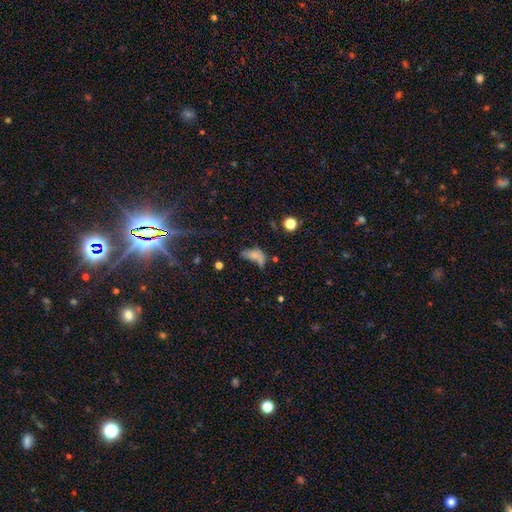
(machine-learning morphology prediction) smooth 58%, featured or disk 24%, star or artifact 18%. Down the decision tree: how rounded — in between (80%); merging — major disturbance (40%).